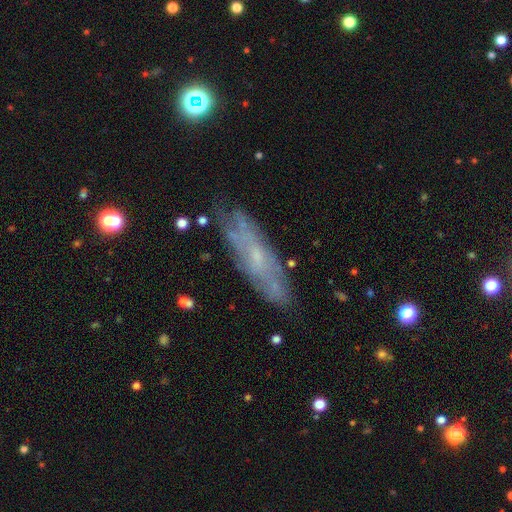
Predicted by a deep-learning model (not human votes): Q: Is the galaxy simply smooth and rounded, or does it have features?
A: featured or disk — 61%.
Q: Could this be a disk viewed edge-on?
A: no — 60%.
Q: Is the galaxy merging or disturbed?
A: none — 76%.